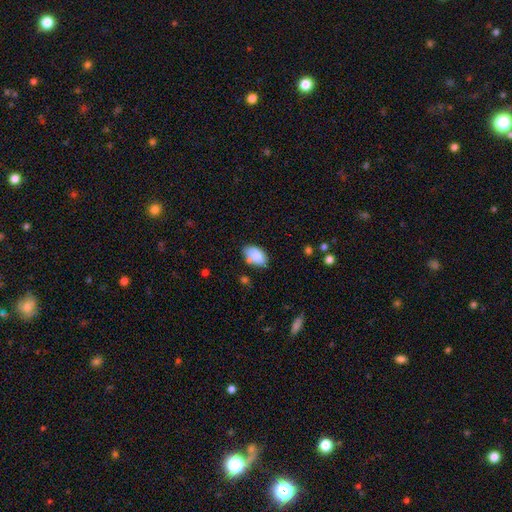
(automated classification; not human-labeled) Overall: smooth (84%). How rounded: in between (92%). Merging: none (62%; minor disturbance 24%).